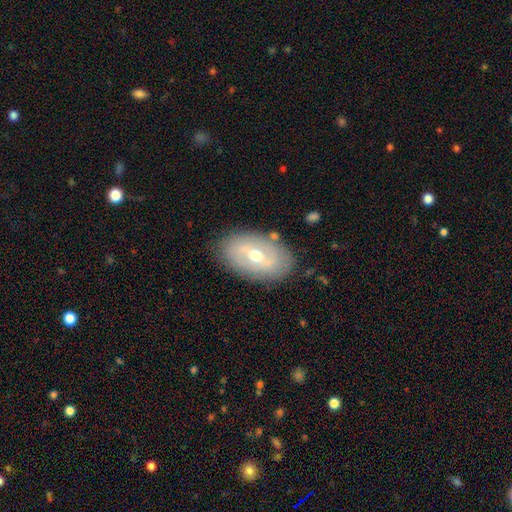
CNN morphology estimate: Smooth or featured? featured or disk (62%)
Edge-on disk? no (92%)
Bar? weak (44%)
Spiral arms? no (51%)
Bulge size? moderate (71%)
Merging? none (82%)